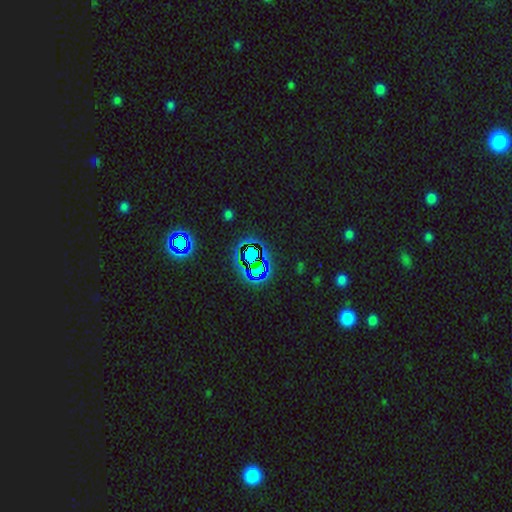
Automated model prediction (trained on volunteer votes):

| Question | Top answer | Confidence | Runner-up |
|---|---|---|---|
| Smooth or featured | star or artifact | 74% | smooth (14%) |